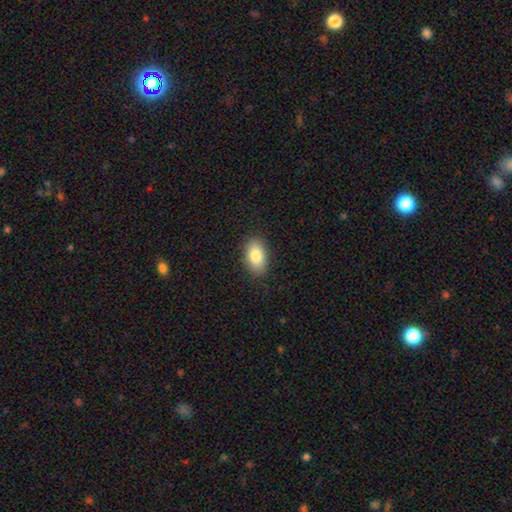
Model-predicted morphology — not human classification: type=smooth (83%); roundness=in between (92%); merging=none (87%).